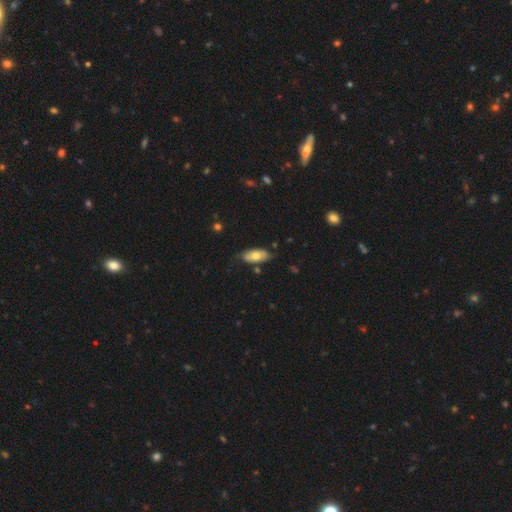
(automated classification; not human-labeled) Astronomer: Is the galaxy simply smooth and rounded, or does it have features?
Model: smooth — 64%.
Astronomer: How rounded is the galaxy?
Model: in between — 88%.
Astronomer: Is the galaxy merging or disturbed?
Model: none — 73%.